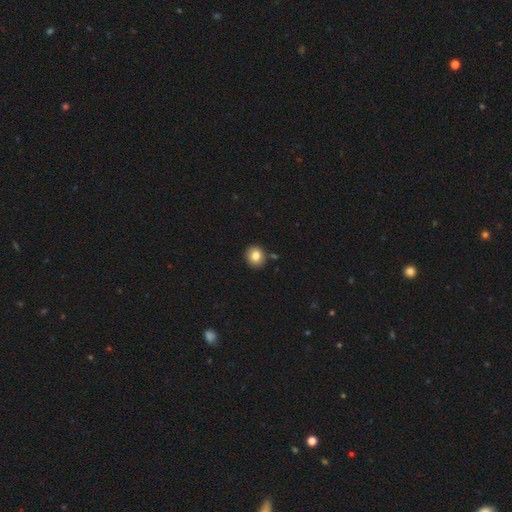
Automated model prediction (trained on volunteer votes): A smooth galaxy with no disk features (82%) that is round (83%). Merging: none (86%).